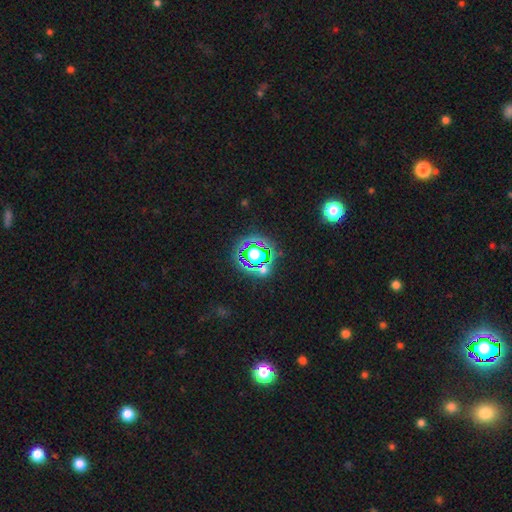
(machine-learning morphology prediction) type=star or artifact (56%).